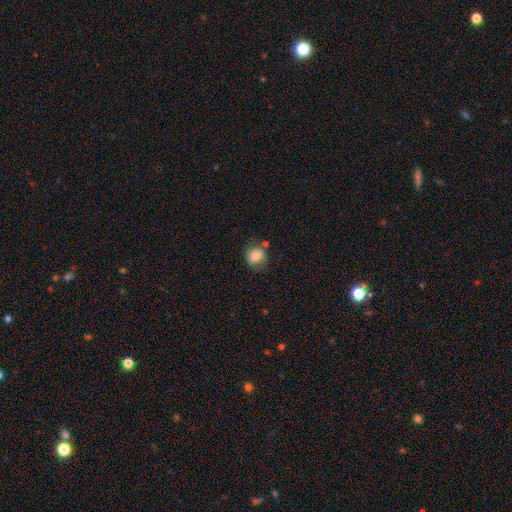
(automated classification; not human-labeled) Smooth or featured? smooth (79%)
How rounded? round (74%)
Merging? none (63%)